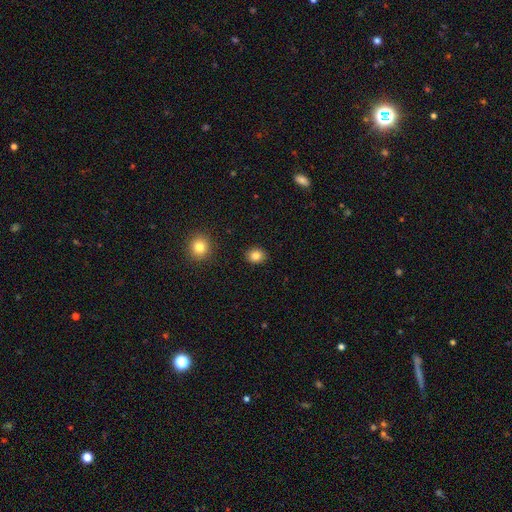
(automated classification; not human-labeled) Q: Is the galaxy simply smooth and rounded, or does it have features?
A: smooth — 83%.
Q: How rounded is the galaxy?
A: round — 68%.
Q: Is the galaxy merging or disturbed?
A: none — 90%.